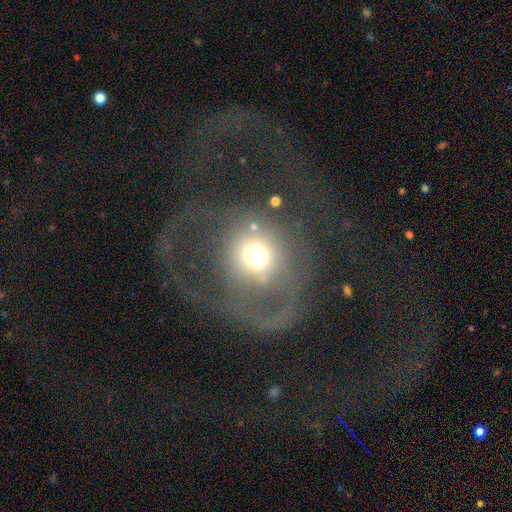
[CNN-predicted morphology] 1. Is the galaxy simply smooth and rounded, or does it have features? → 47% smooth, 35% featured or disk, 18% star or artifact.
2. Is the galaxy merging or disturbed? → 47% major disturbance, 35% none, 12% minor disturbance, 5% merger.